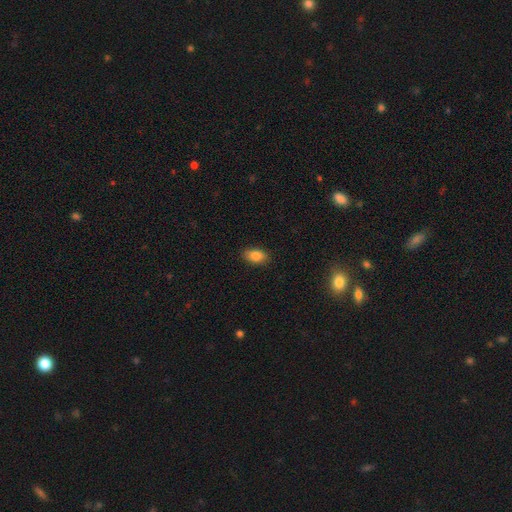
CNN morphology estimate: This appears to be a smooth galaxy with no disk features (85%) that is in between round and cigar-shaped (89%). Merging: none (88%).